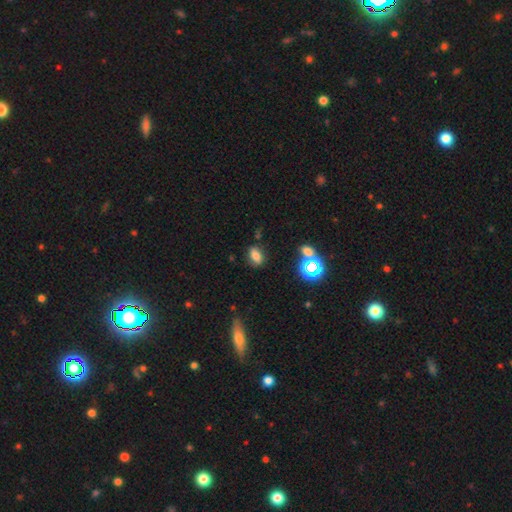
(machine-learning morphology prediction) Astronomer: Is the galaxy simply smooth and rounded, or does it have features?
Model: smooth — 70%.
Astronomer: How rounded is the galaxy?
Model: in between — 80%.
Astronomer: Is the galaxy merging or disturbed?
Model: none — 78%.